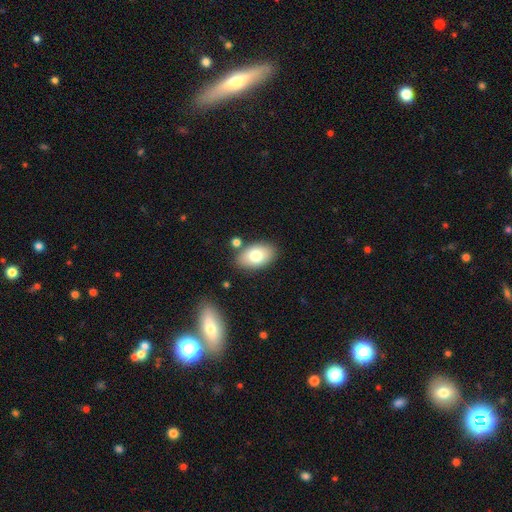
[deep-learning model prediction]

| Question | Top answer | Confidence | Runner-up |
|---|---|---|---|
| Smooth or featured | smooth | 77% | featured or disk (16%) |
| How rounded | in between | 92% | round (7%) |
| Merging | none | 80% | minor disturbance (11%) |